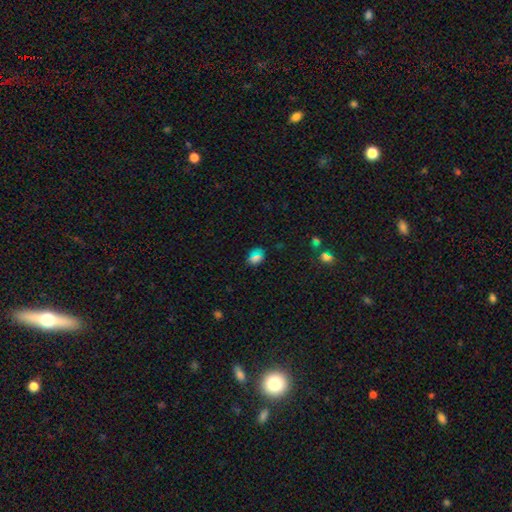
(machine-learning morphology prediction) Smooth or featured? Predicted: smooth (p=0.65). How rounded? Predicted: in between (p=0.61). Merging? Predicted: none (p=0.78).